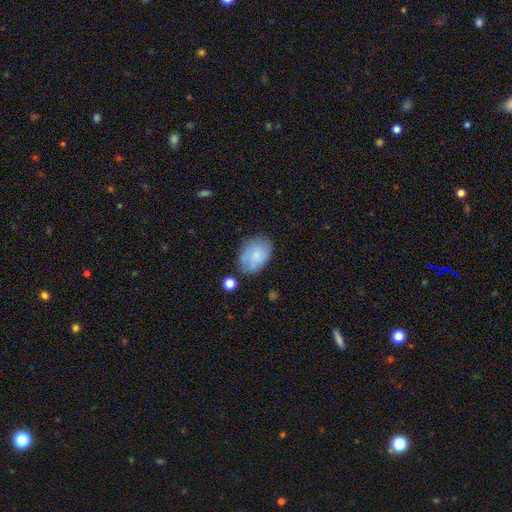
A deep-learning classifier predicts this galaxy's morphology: Overall: smooth (73%). How rounded: in between (79%). Merging: none (67%).